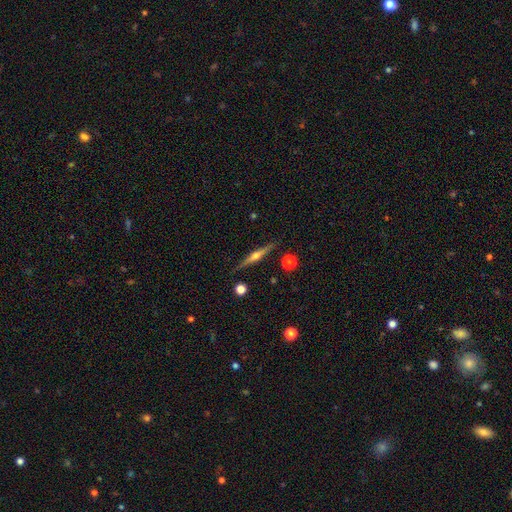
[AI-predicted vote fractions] smooth-or-featured: featured or disk: 74% | smooth: 20% | star or artifact: 7%
  disk-edge-on: yes: 98% | no: 2%
    edge-on-bulge: rounded: 91% | boxy: 5% | none: 4%
  merging: none: 88% | minor disturbance: 8% | merger: 2% | major disturbance: 2%